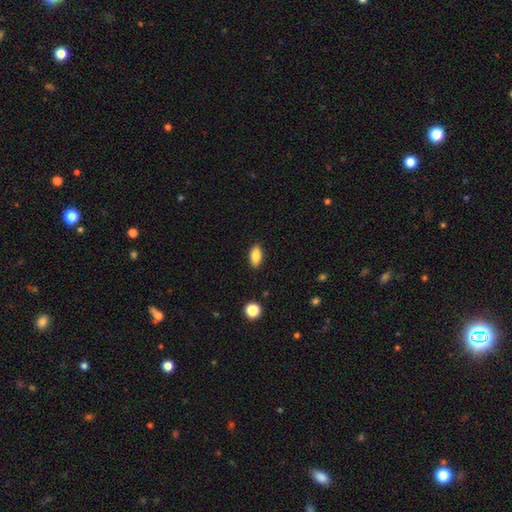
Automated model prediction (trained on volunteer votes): Smooth or featured: smooth — 83% (featured or disk — 9%)
How rounded: in between — 88% (cigar-shaped — 7%)
Merging: none — 88% (minor disturbance — 9%)